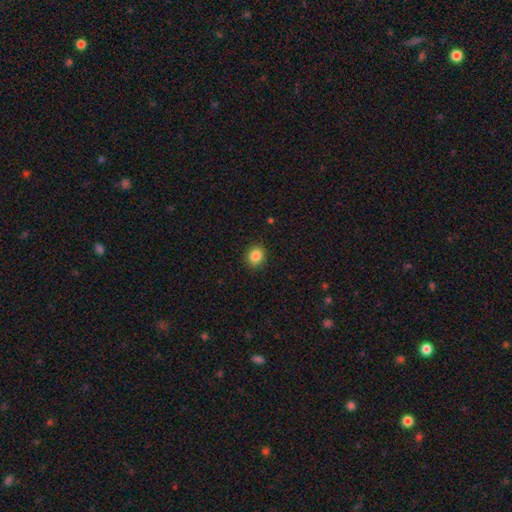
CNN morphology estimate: This is clearly a smooth galaxy (86%). How rounded: likely round (75%). Merging: clearly none (90%).